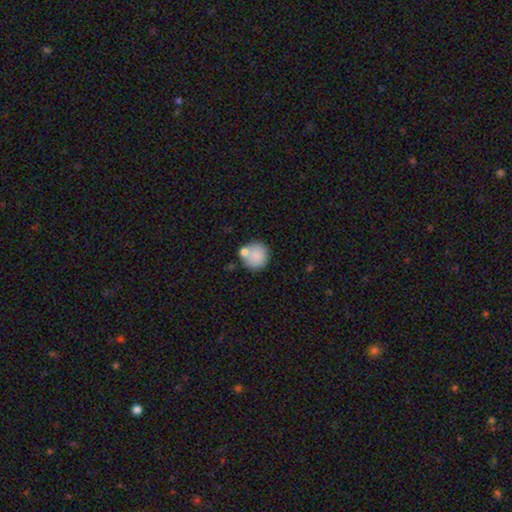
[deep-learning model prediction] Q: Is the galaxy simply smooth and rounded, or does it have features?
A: smooth — 83%.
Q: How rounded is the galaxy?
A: round — 90%.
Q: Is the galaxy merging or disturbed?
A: none — 67%.